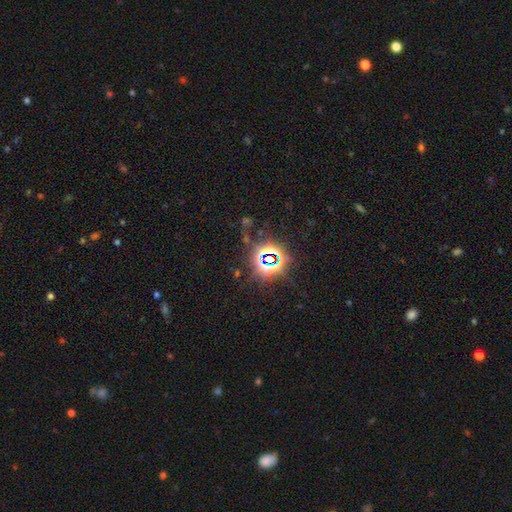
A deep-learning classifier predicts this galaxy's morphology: A star or artifact, not a galaxy (80%).

Vote fractions:
- Smooth or featured? star or artifact: 80% / smooth: 12% / featured or disk: 8%